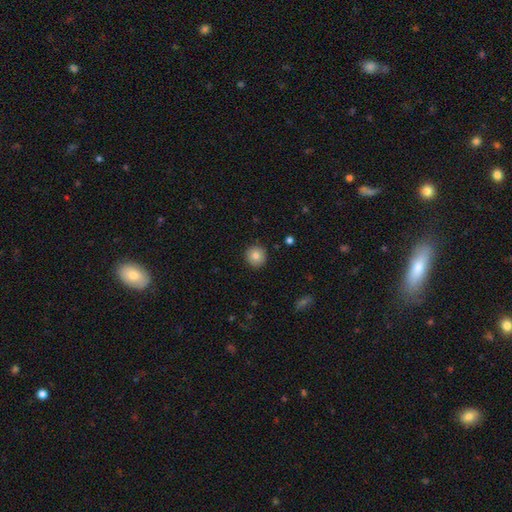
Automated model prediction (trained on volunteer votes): A smooth galaxy with no disk features (81%) that is round (94%).

Vote fractions:
- Smooth or featured? smooth: 81% / featured or disk: 10% / star or artifact: 9%
- How rounded? round: 94% / in between: 5% / cigar-shaped: 1%
- Merging? none: 90% / minor disturbance: 7% / major disturbance: 2% / merger: 1%